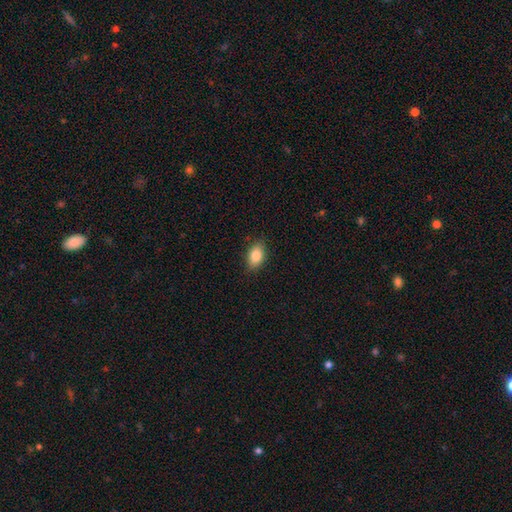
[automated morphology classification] Overall: smooth (84%). How rounded: in between (87%). Merging: none (87%).